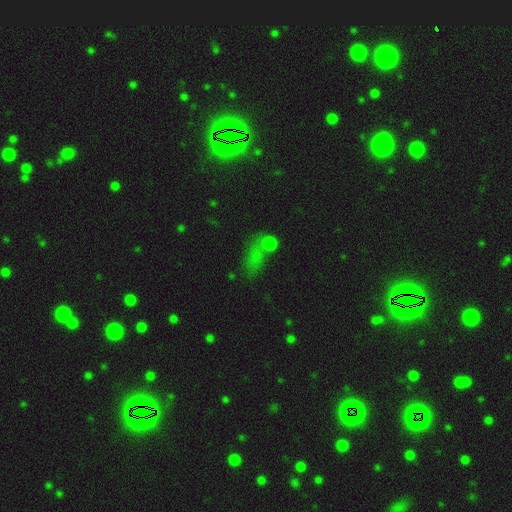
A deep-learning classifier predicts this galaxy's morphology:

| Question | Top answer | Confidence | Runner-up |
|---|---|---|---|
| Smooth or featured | smooth | 54% | star or artifact (34%) |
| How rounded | in between | 58% | round (34%) |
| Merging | none | 45% | merger (24%) |